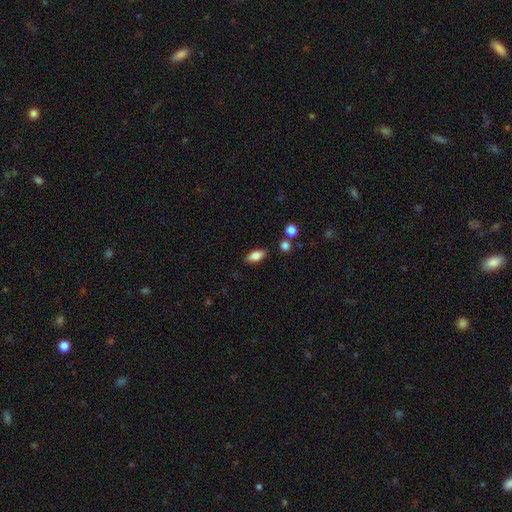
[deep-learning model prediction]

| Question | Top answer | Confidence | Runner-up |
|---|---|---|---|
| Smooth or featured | smooth | 77% | featured or disk (15%) |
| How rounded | in between | 86% | cigar-shaped (9%) |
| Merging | none | 84% | minor disturbance (10%) |